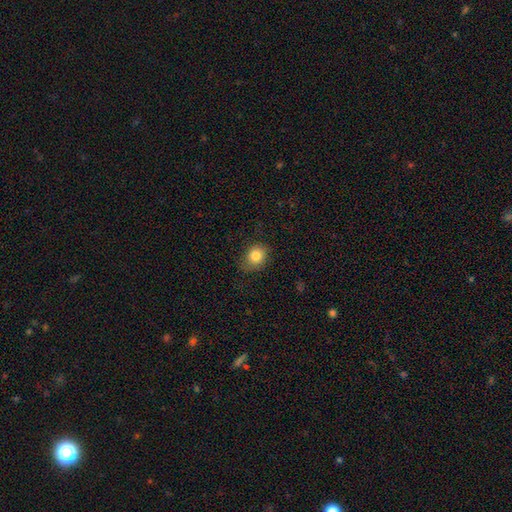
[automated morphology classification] Smooth or featured? smooth (83%)
How rounded? round (63%)
Merging? none (74%)